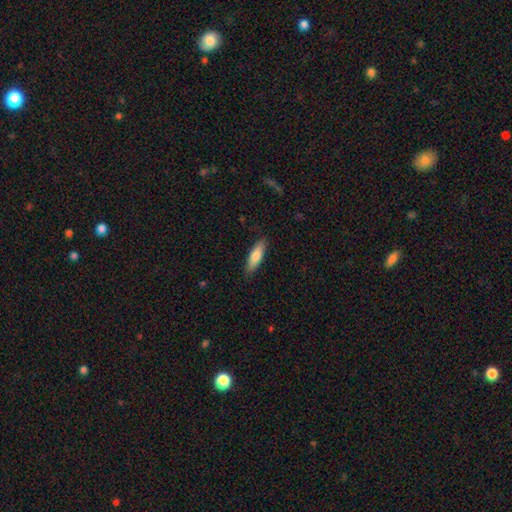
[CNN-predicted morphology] This is likely a smooth galaxy (76%). How rounded: possibly cigar-shaped (54%). Merging: clearly none (86%).